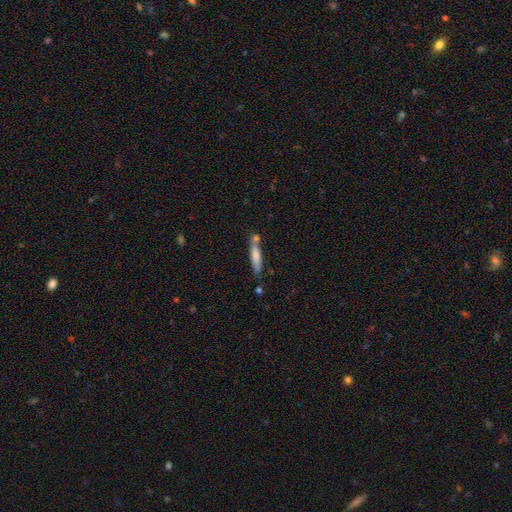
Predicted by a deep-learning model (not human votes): Smooth or featured?
  - smooth: 71% *
  - featured or disk: 23%
  - star or artifact: 6%
How rounded?
  - cigar-shaped: 87% *
  - in between: 11%
  - round: 1%
Merging?
  - none: 62% *
  - merger: 18%
  - minor disturbance: 16%
  - major disturbance: 4%